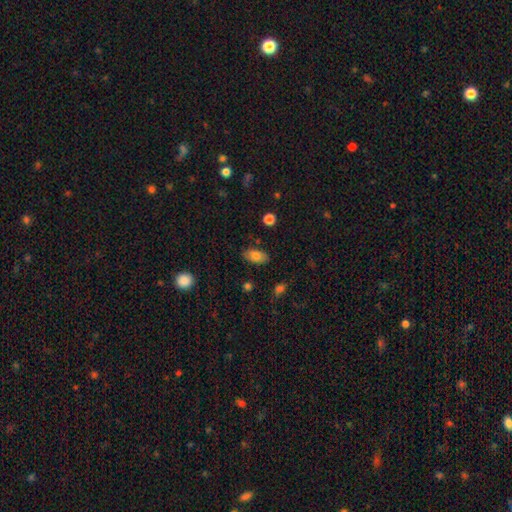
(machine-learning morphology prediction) A smooth galaxy with no disk features (80%) that is in between round and cigar-shaped (92%). Merging: none (82%).